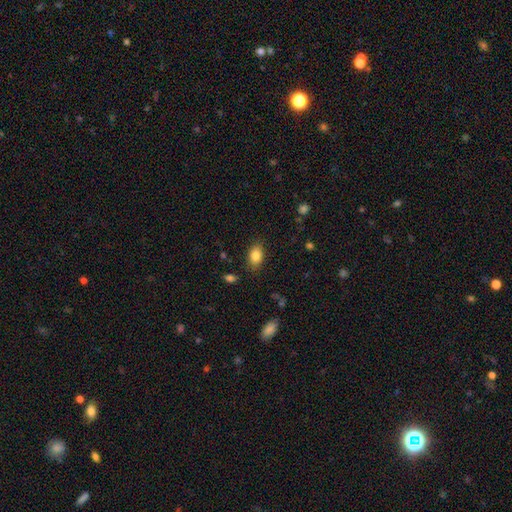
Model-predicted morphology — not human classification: The model was most divided on "merging": none: 84%, minor disturbance: 12%, major disturbance: 3%, merger: 1%. More confident: how rounded — in between (86%); smooth or featured — smooth (85%).